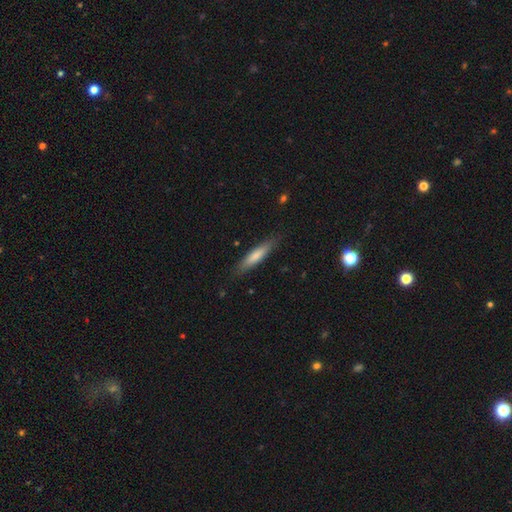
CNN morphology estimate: Smooth or featured: smooth — 73% (featured or disk — 21%)
How rounded: cigar-shaped — 84% (in between — 15%)
Merging: none — 85% (minor disturbance — 12%)